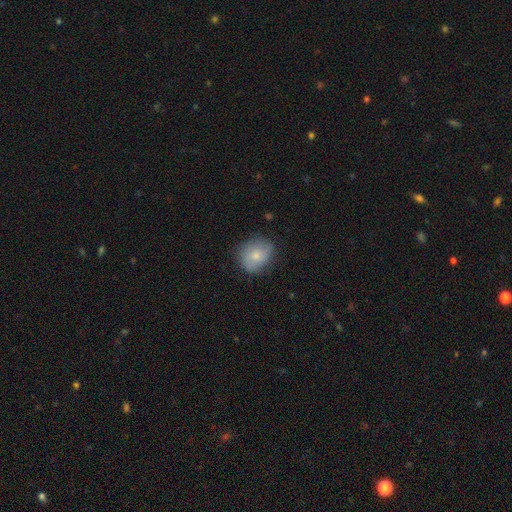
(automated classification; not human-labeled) This is likely a smooth galaxy (73%). How rounded: likely round (70%). Merging: likely none (71%).